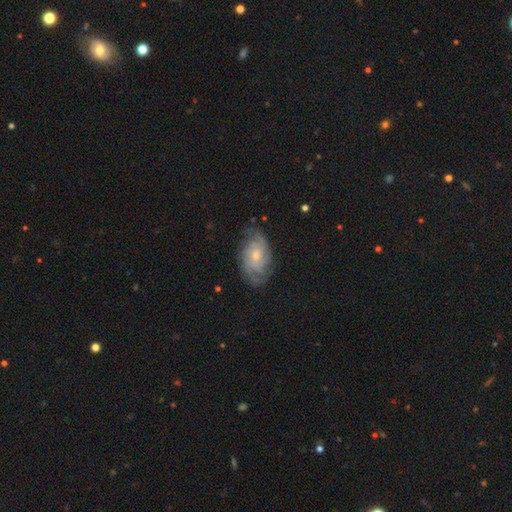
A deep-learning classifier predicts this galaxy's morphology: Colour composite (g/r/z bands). It shows a featured or disk galaxy (80%) with no bar (66%), tight (57%) spiral arms (95%) and a small central bulge (53%). Merging: none (74%).